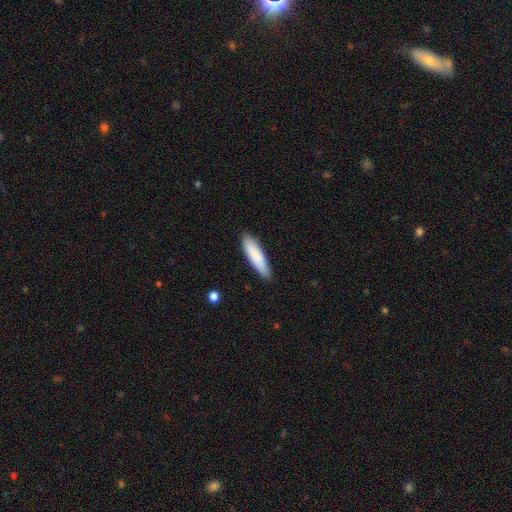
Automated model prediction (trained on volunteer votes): This appears to be a smooth galaxy with no disk features (85%) that is cigar-shaped (71%). Merging: none (86%).